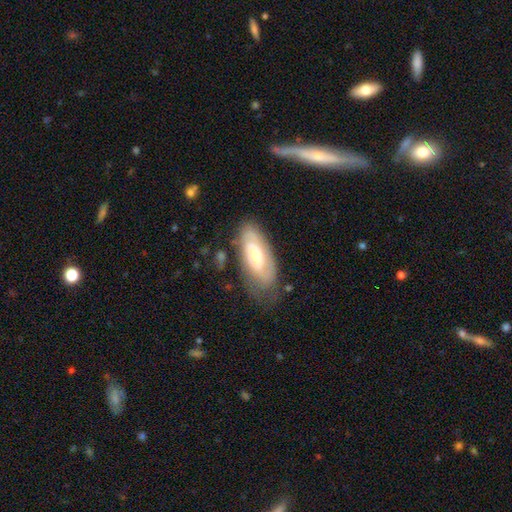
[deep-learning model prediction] A featured or disk galaxy (59%) with no bar (70%), spiral arms (68%) and a moderate central bulge (49%).

Vote fractions:
- Smooth or featured? featured or disk: 59% / smooth: 35% / star or artifact: 6%
- Edge-on disk? no: 87% / yes: 13%
- Bar? no: 70% / weak: 23% / strong: 6%
- Spiral arms? yes: 68% / no: 32%
- Bulge size? moderate: 49% / small: 45% / large: 4% / none: 1% / dominant: 1%
- Merging? none: 65% / minor disturbance: 24% / major disturbance: 8% / merger: 3%